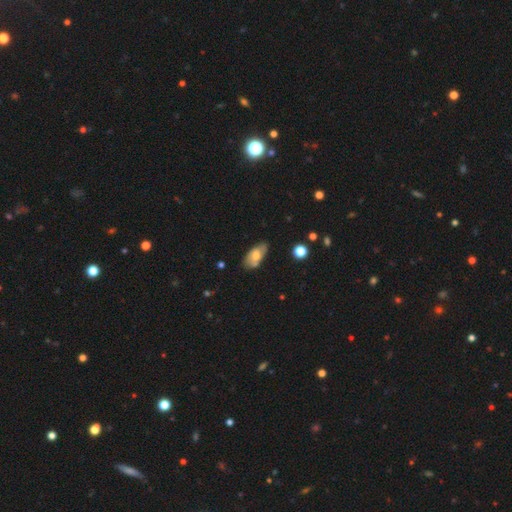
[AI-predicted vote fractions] Smooth or featured: smooth — 53% (featured or disk — 40%)
How rounded: in between — 89% (cigar-shaped — 7%)
Merging: none — 67% (minor disturbance — 24%)